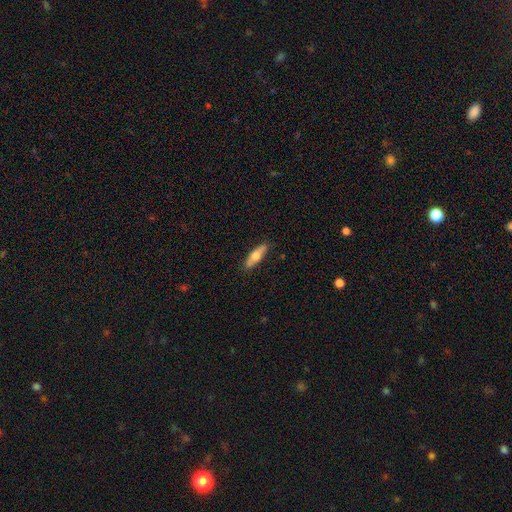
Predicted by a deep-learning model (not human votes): This appears to be a smooth galaxy with no disk features (58%) that is cigar-shaped (55%). Merging: none (87%).